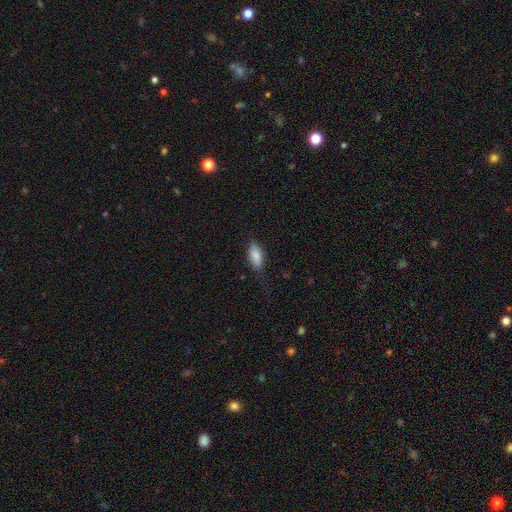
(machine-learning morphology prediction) Q: Smooth or featured?
A: smooth (82%); runner-up: featured or disk (11%)
Q: How rounded?
A: in between (79%); runner-up: cigar-shaped (18%)
Q: Merging?
A: none (64%); runner-up: minor disturbance (25%)